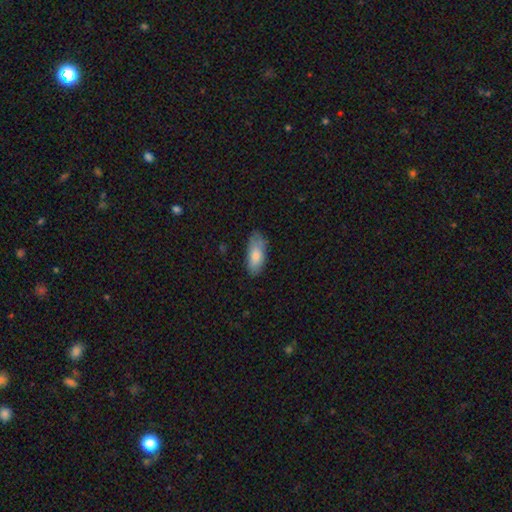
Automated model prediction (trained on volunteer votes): smooth-or-featured: smooth: 80% | featured or disk: 14% | star or artifact: 6%
  how-rounded: in between: 84% | cigar-shaped: 14% | round: 2%
  merging: none: 69% | minor disturbance: 24% | major disturbance: 5% | merger: 2%